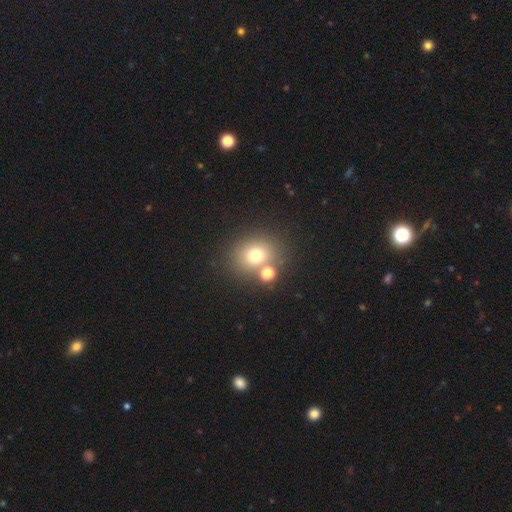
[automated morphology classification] smooth-or-featured: smooth: 70% | star or artifact: 17% | featured or disk: 12%
  how-rounded: round: 72% | in between: 27% | cigar-shaped: 1%
  merging: none: 68% | merger: 20% | minor disturbance: 9% | major disturbance: 4%